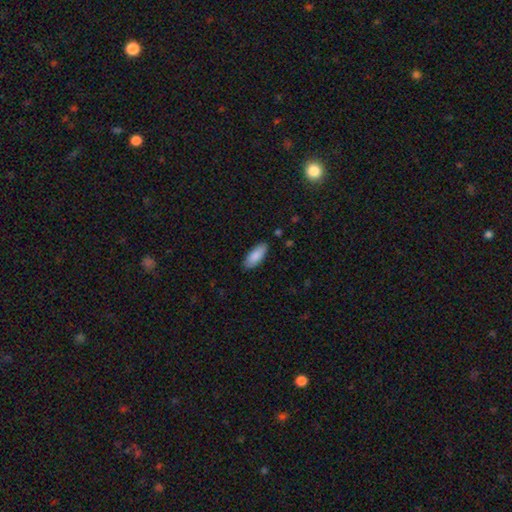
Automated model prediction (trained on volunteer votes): Overall: smooth (87%). How rounded: in between (80%). Merging: none (86%).